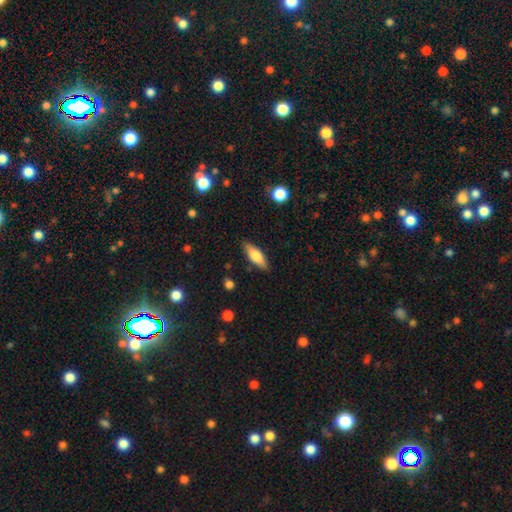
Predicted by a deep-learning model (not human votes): A smooth galaxy with no disk features (71%) that is in between round and cigar-shaped (61%). Merging: none (86%).